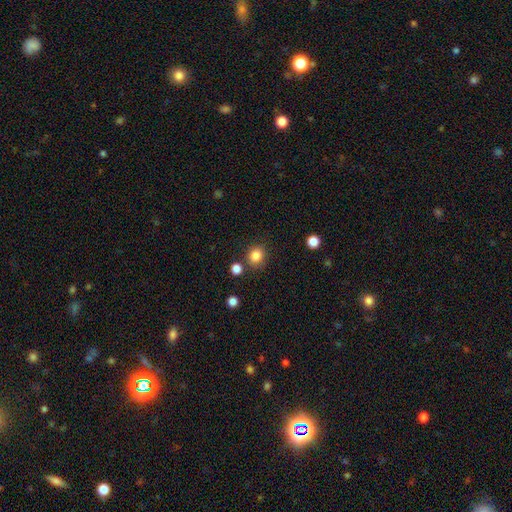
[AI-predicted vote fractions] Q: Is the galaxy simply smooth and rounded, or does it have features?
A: smooth — 84%.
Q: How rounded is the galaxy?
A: round — 81%.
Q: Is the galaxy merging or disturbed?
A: none — 82%.